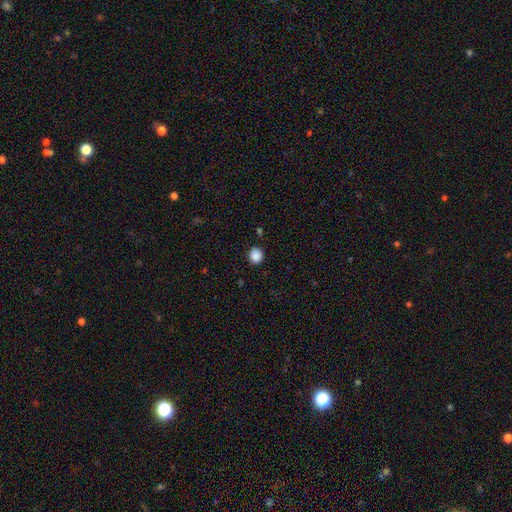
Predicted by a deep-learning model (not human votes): Smooth or featured? smooth (88%)
How rounded? round (86%)
Merging? none (89%)